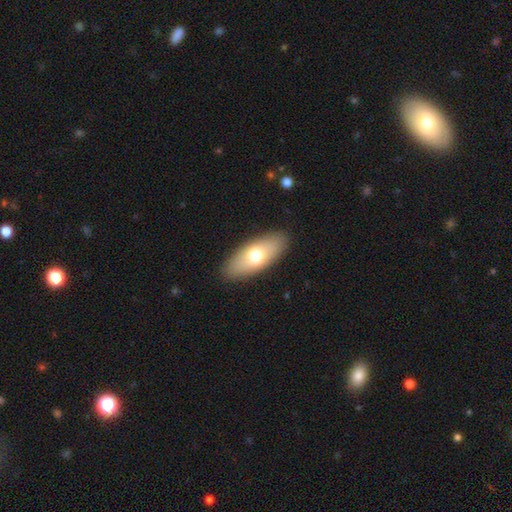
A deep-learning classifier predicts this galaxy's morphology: Smooth or featured?
  - smooth: 69% *
  - featured or disk: 24%
  - star or artifact: 6%
How rounded?
  - in between: 82% *
  - cigar-shaped: 15%
  - round: 3%
Merging?
  - none: 88% *
  - minor disturbance: 8%
  - major disturbance: 2%
  - merger: 1%